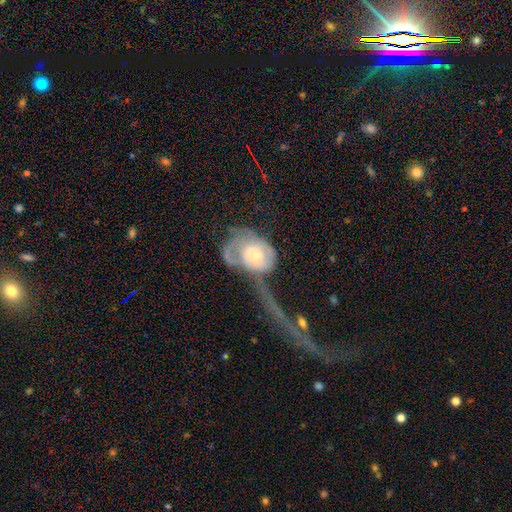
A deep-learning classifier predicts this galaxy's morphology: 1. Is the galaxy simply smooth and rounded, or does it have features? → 59% featured or disk, 34% smooth, 7% star or artifact.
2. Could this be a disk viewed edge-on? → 95% no, 5% yes.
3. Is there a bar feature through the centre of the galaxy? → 66% no, 27% weak, 7% strong.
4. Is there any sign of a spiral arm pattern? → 55% yes, 45% no.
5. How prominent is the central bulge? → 58% moderate, 32% small, 7% large, 2% none, 1% dominant.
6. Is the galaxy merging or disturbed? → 57% major disturbance, 19% merger, 12% none, 12% minor disturbance.